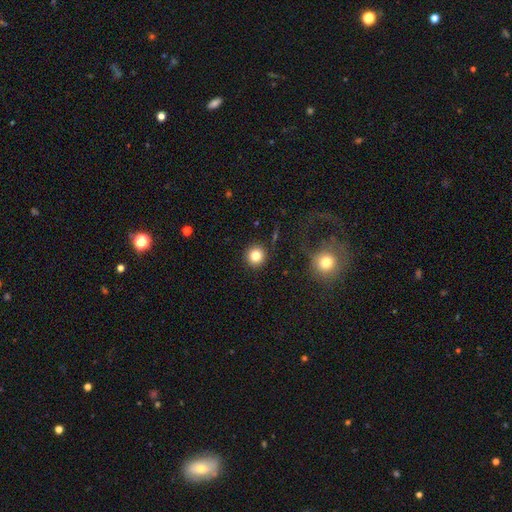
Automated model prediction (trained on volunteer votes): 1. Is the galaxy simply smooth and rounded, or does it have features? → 82% smooth, 11% star or artifact, 7% featured or disk.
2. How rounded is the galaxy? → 94% round, 5% in between, 1% cigar-shaped.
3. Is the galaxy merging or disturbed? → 91% none, 5% minor disturbance, 2% major disturbance, 2% merger.